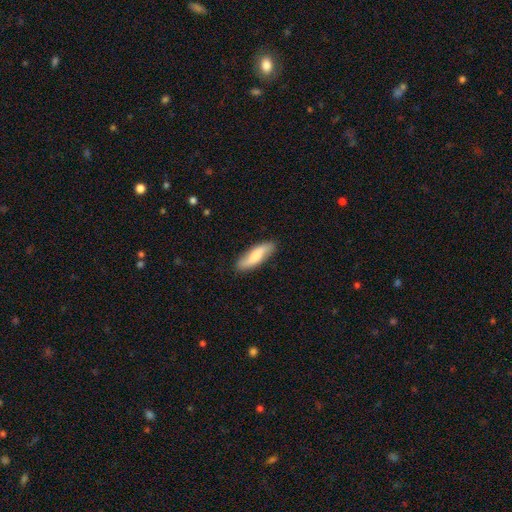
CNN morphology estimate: Smooth or featured? smooth (58%)
How rounded? cigar-shaped (52%)
Merging? none (86%)